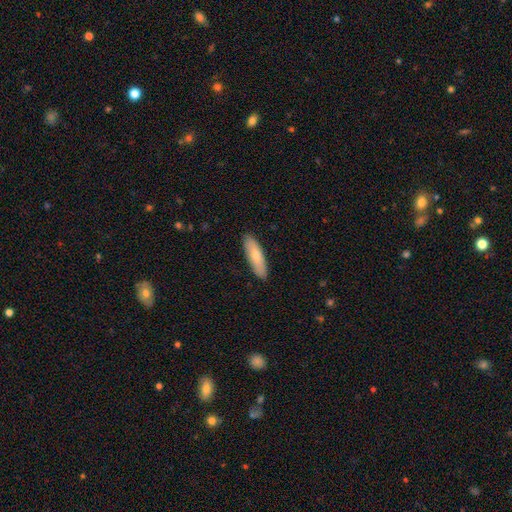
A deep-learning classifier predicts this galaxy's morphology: Q: Smooth or featured?
A: smooth (77%); runner-up: featured or disk (17%)
Q: How rounded?
A: cigar-shaped (55%); runner-up: in between (43%)
Q: Merging?
A: none (88%); runner-up: minor disturbance (9%)